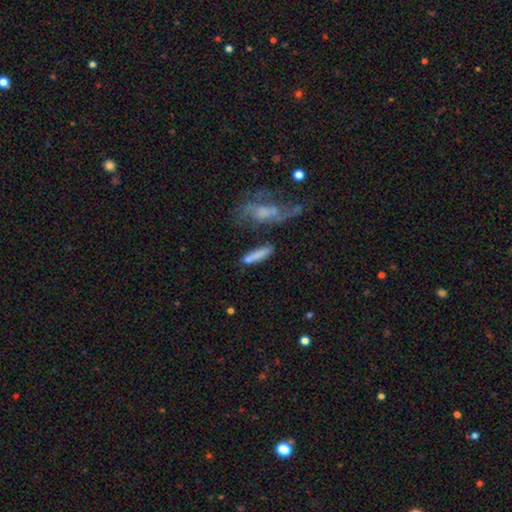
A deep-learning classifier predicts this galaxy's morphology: smooth_or_featured: smooth (p=0.76) [alt: featured or disk p=0.16]
how_rounded: cigar-shaped (p=0.77) [alt: in between p=0.20]
merging: none (p=0.61) [alt: minor disturbance p=0.16]